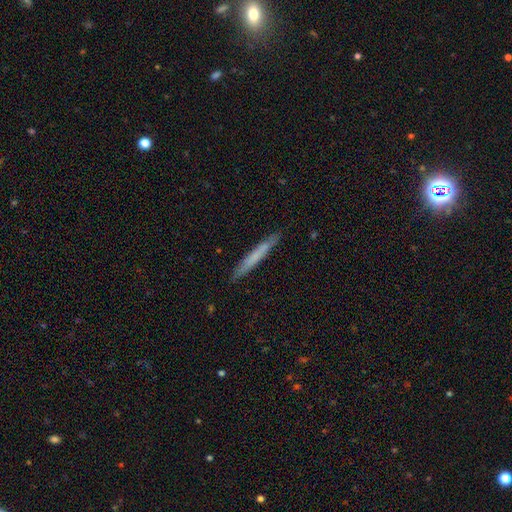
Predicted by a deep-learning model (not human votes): A smooth galaxy with no disk features (61%) that is cigar-shaped (97%).

Vote fractions:
- Smooth or featured? smooth: 61% / featured or disk: 33% / star or artifact: 6%
- How rounded? cigar-shaped: 97% / in between: 2% / round: 1%
- Merging? none: 89% / minor disturbance: 8% / major disturbance: 1% / merger: 1%